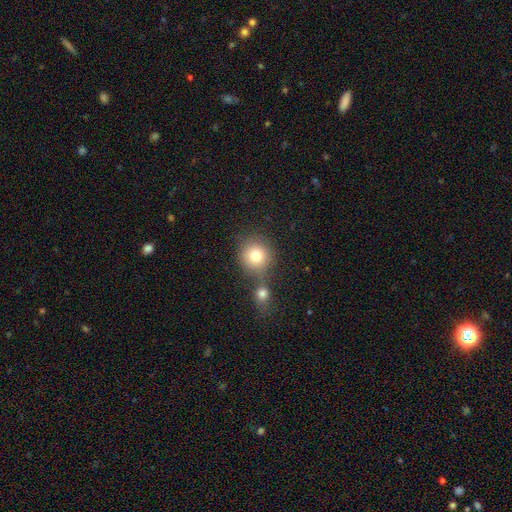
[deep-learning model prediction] A smooth galaxy with no disk features (79%) that is round (90%). Merging: none (54%).